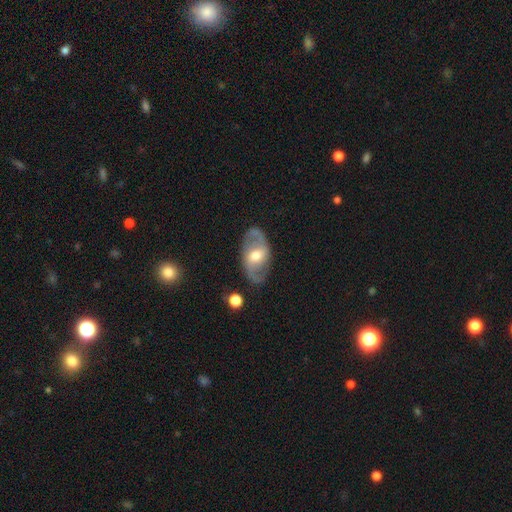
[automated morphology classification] smooth-or-featured: featured or disk: 79% | smooth: 16% | star or artifact: 5%
  disk-edge-on: no: 95% | yes: 5%
    bar: weak: 47% | no: 32% | strong: 21%
    has-spiral-arms: yes: 85% | no: 15%
      spiral-winding: medium: 47% | loose: 36% | tight: 17%
      spiral-arm-count: 2: 89% | can't tell: 6% | 1: 2% | 3: 1% | 4: 1% | more than 4: 1%
    bulge-size: moderate: 71% | small: 16% | large: 11% | none: 1% | dominant: 1%
  merging: none: 80% | minor disturbance: 13% | major disturbance: 5% | merger: 2%